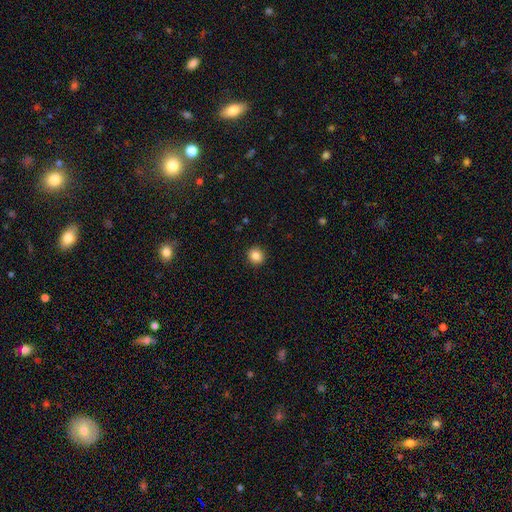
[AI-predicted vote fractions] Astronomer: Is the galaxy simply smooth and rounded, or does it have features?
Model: smooth — 85%.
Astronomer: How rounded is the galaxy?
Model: round — 87%.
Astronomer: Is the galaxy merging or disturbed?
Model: none — 93%.